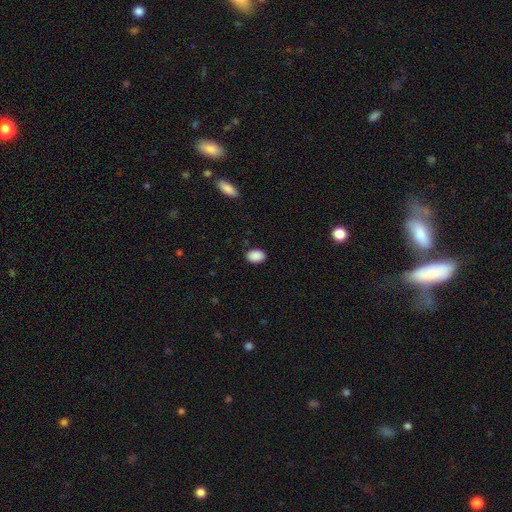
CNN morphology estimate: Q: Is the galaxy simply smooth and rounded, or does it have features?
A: smooth — 90%.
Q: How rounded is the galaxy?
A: in between — 84%.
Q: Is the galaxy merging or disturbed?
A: none — 87%.